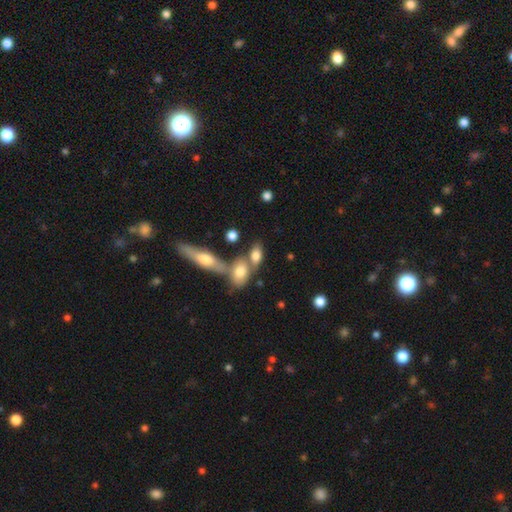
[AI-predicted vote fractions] This is likely a smooth galaxy (73%). How rounded: likely in between (79%). Merging: marginally merger (43%).